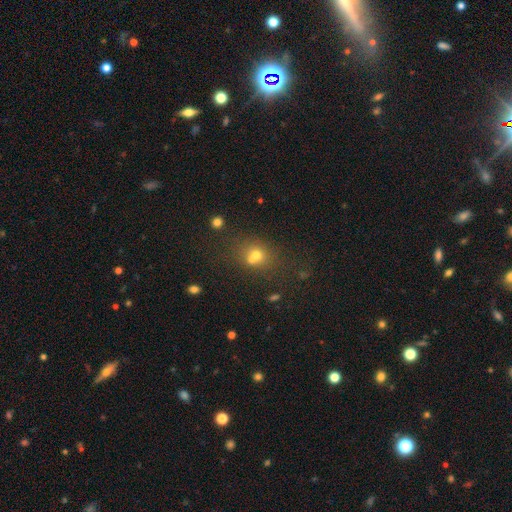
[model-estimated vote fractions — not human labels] Smooth or featured: smooth — 65% (star or artifact — 19%)
How rounded: round — 72% (in between — 27%)
Merging: none — 47% (merger — 38%)